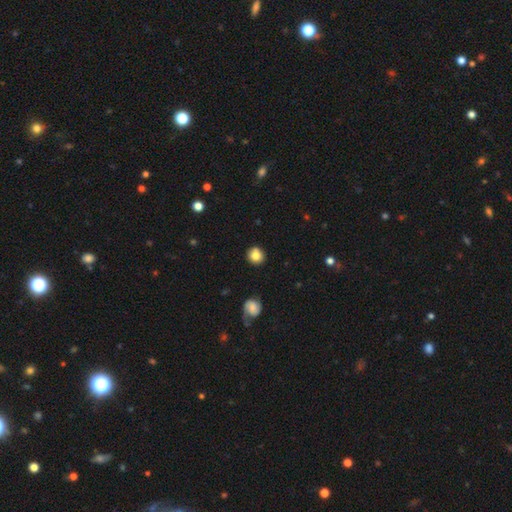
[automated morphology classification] A smooth galaxy with no disk features (81%) that is round (90%). Merging: none (87%).